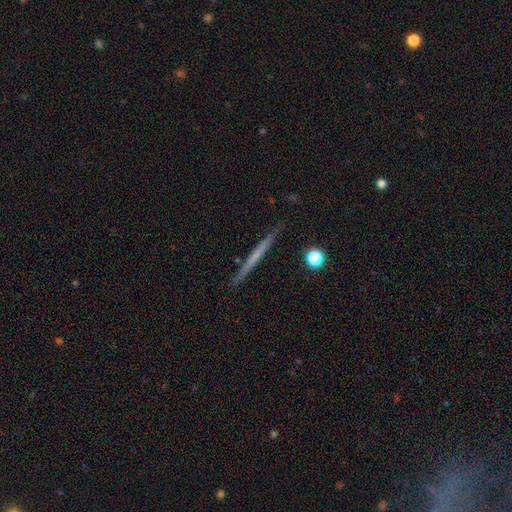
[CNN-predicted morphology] Smooth or featured?
  - featured or disk: 50% *
  - smooth: 44%
  - star or artifact: 6%
Edge-on disk?
  - yes: 97% *
  - no: 3%
Merging?
  - none: 91% *
  - minor disturbance: 7%
  - major disturbance: 1%
  - merger: 1%